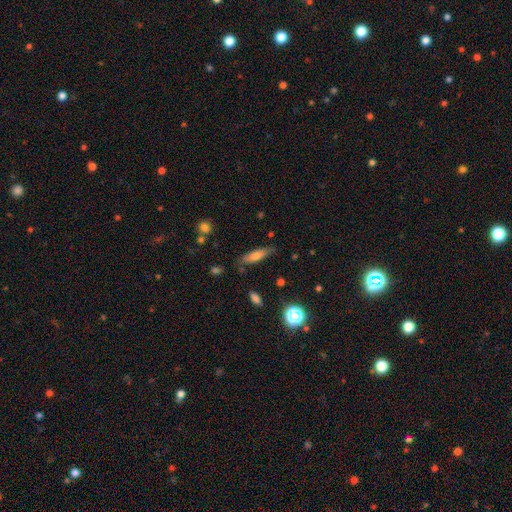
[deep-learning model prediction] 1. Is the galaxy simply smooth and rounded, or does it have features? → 69% smooth, 23% featured or disk, 8% star or artifact.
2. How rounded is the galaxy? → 54% cigar-shaped, 44% in between, 2% round.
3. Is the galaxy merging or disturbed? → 75% none, 18% minor disturbance, 4% major disturbance, 3% merger.